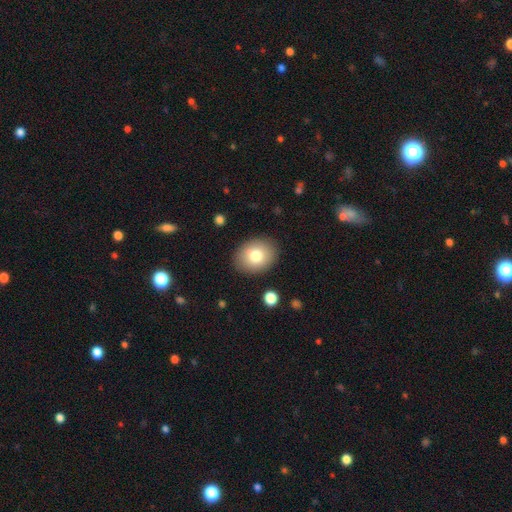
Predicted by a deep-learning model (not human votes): A smooth galaxy with no disk features (78%) that is in between round and cigar-shaped (59%).

Vote fractions:
- Smooth or featured? smooth: 78% / featured or disk: 14% / star or artifact: 8%
- How rounded? in between: 59% / round: 41% / cigar-shaped: 1%
- Merging? none: 87% / minor disturbance: 9% / major disturbance: 3% / merger: 1%